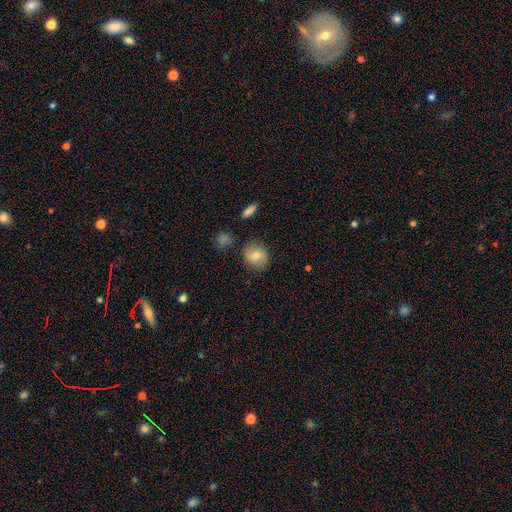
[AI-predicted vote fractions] Morphology: type=smooth (69%); roundness=round (70%); merging=none (81%).